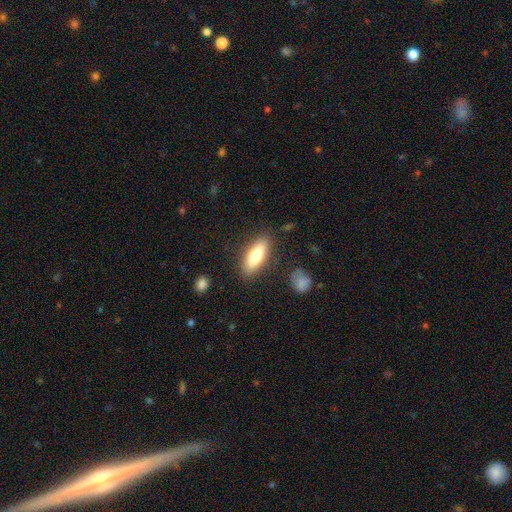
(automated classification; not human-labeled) Morphology: type=smooth (72%); roundness=in between (59%); merging=none (84%).